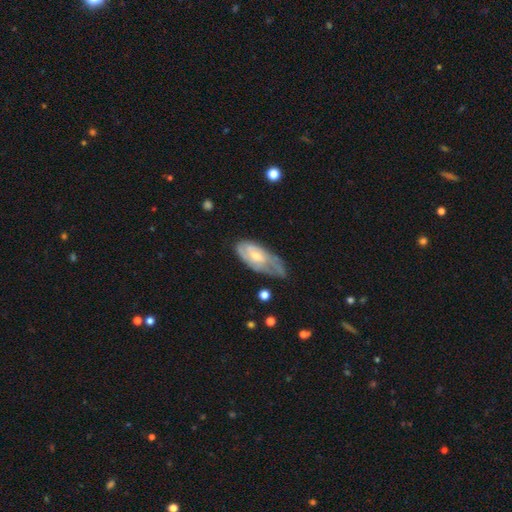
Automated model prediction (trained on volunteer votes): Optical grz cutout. It shows a featured or disk galaxy (61%) with no bar (60%), spiral arms (75%) and a moderate central bulge (48%). Merging: minor disturbance (39%).